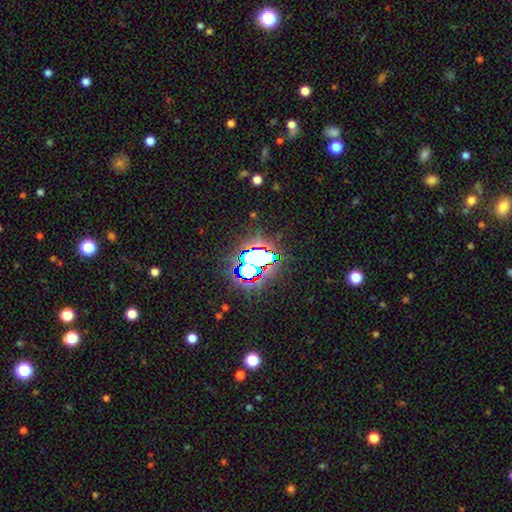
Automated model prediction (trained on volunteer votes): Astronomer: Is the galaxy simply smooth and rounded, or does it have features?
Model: star or artifact — 71%.